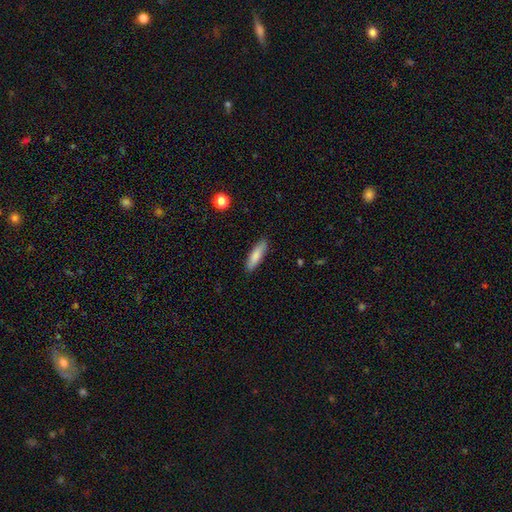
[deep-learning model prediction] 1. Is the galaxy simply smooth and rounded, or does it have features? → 80% smooth, 14% featured or disk, 6% star or artifact.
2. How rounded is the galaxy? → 65% cigar-shaped, 34% in between, 2% round.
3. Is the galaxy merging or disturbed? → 88% none, 9% minor disturbance, 2% major disturbance, 1% merger.